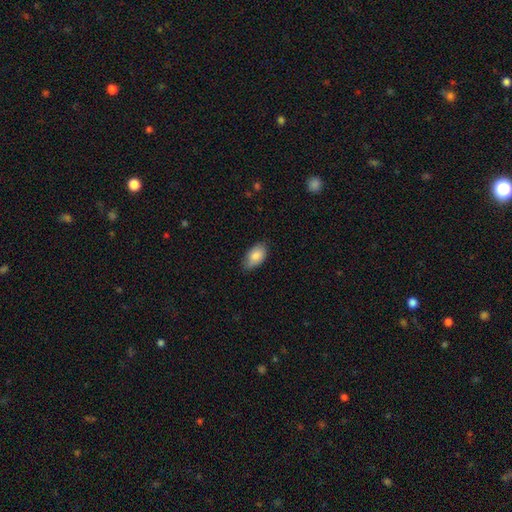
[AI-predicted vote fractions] A smooth galaxy with no disk features (84%) that is in between round and cigar-shaped (94%).

Vote fractions:
- Smooth or featured? smooth: 84% / featured or disk: 9% / star or artifact: 7%
- How rounded? in between: 94% / round: 4% / cigar-shaped: 2%
- Merging? none: 80% / minor disturbance: 17% / major disturbance: 3% / merger: 1%